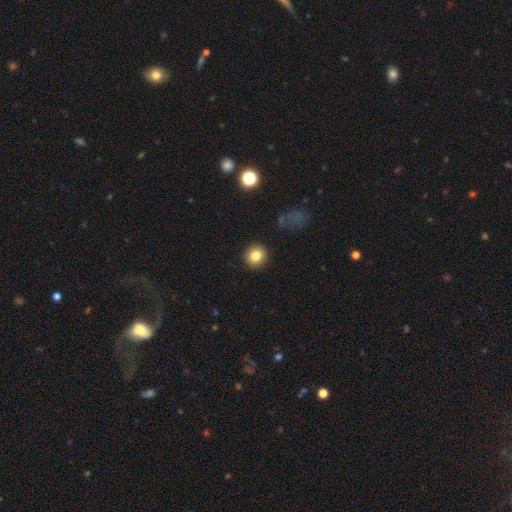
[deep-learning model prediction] Overall: smooth (83%). How rounded: round (90%). Merging: none (91%).